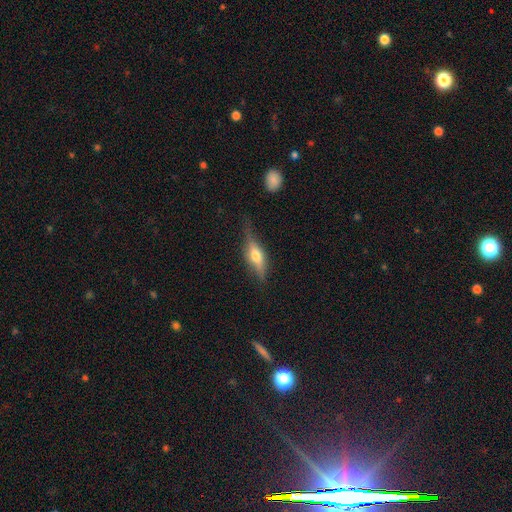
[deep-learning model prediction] Overall: featured or disk (53%; smooth 40%). Edge-on disk: yes (90%). Merging: none (67%).